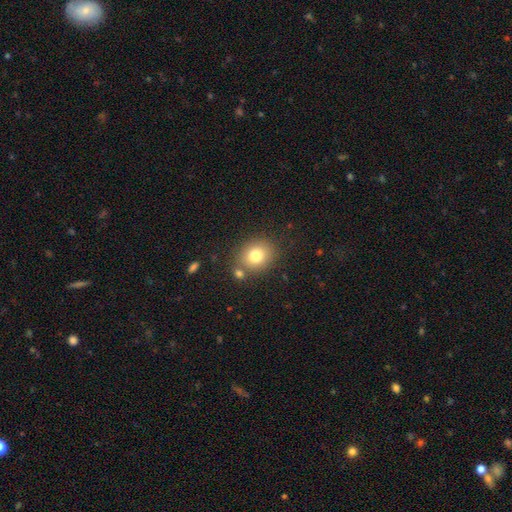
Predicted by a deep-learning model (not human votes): Smooth or featured?
  - smooth: 78% *
  - star or artifact: 11%
  - featured or disk: 11%
How rounded?
  - round: 66% *
  - in between: 33%
  - cigar-shaped: 1%
Merging?
  - none: 75% *
  - merger: 11%
  - minor disturbance: 10%
  - major disturbance: 3%